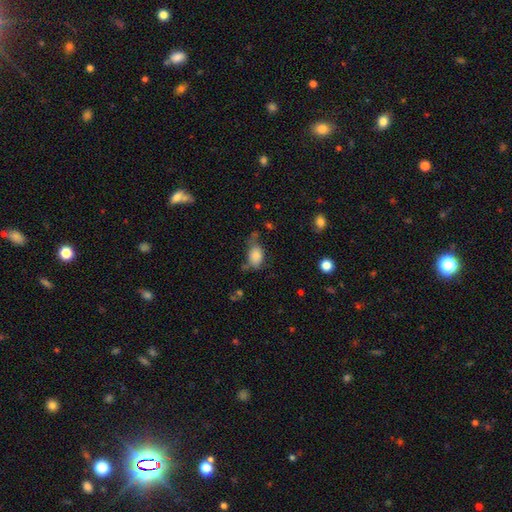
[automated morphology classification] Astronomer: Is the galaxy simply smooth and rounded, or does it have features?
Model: smooth — 81%.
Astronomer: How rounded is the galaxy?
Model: in between — 85%.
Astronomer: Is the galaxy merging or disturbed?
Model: none — 51% (runner-up: minor disturbance, 30%).